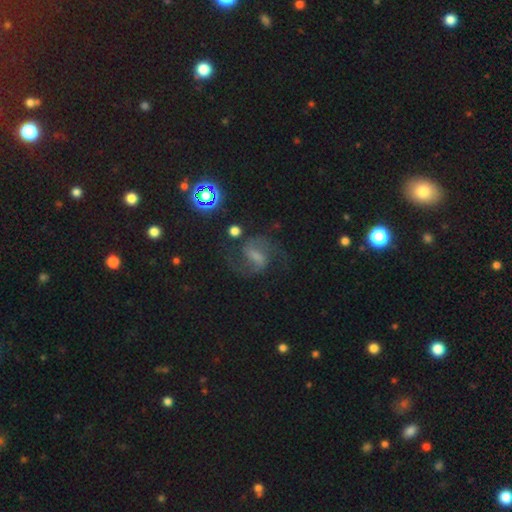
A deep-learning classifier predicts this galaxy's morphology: This appears to be a featured or disk galaxy (80%) with a weak bar (50%), 2 (91%) medium (55%) spiral arms (96%) and a small central bulge (32%). Merging: none (71%).